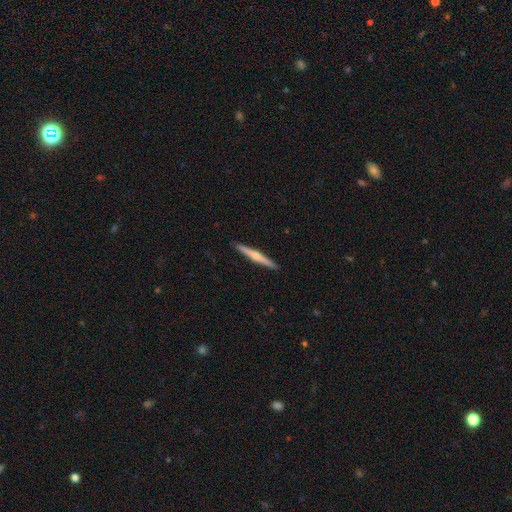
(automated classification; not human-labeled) This appears to be a featured or disk galaxy (63%) viewed edge-on (98%) with a rounded central bulge (82%). Merging: none (93%).